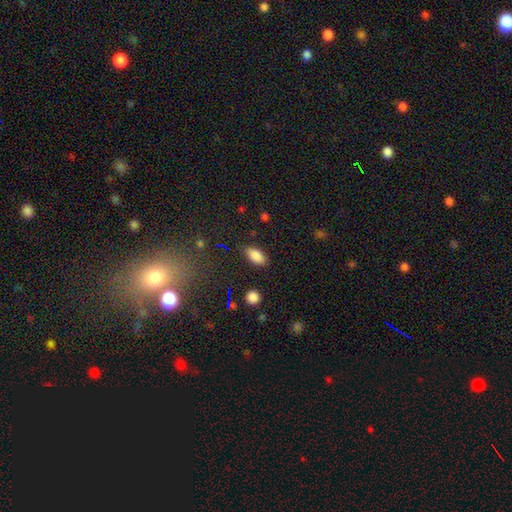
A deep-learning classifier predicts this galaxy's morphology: type=smooth (85%); roundness=in between (91%); merging=none (83%).